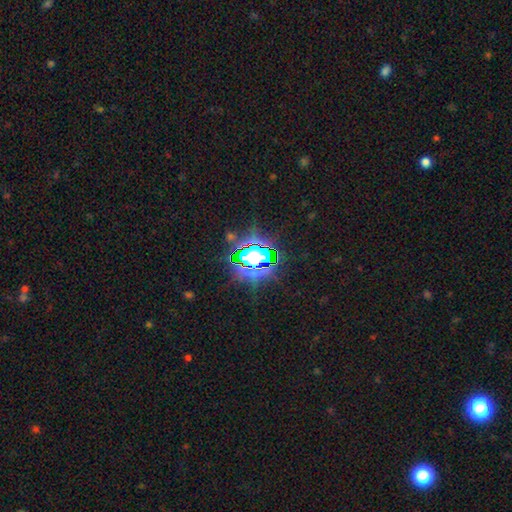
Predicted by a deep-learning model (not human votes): Q: Smooth or featured?
A: star or artifact (80%); runner-up: smooth (13%)